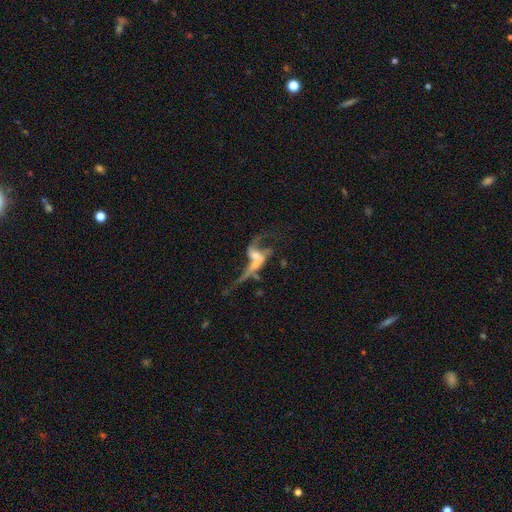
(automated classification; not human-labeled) Smooth or featured?
  - featured or disk: 70% *
  - smooth: 18%
  - star or artifact: 11%
Edge-on disk?
  - no: 86% *
  - yes: 14%
Bar?
  - no: 62% *
  - weak: 26%
  - strong: 12%
Spiral arms?
  - yes: 64% *
  - no: 36%
Bulge size?
  - moderate: 34% * (tied)
  - small: 34% * (tied)
  - none: 22%
  - large: 8%
  - dominant: 2%
Merging?
  - merger: 48% *
  - major disturbance: 26%
  - none: 18%
  - minor disturbance: 8%